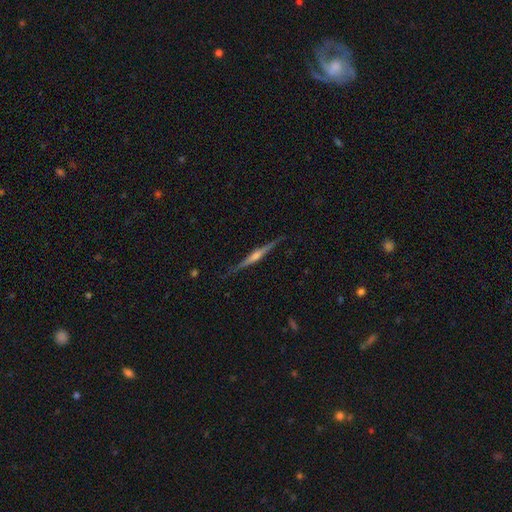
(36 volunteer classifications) This is clearly a featured or disk galaxy (86%). It is clearly viewed edge-on (100%). Edge-on bulge: clearly rounded (84%). Merging: clearly none (82%).